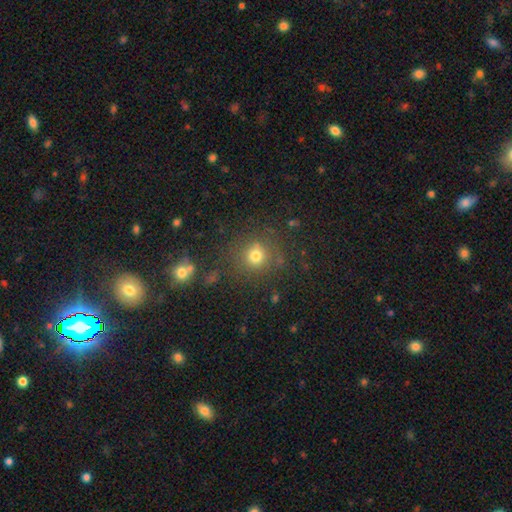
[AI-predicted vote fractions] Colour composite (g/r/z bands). It shows a smooth galaxy with no disk features (74%) that is round (90%). Merging: none (79%).